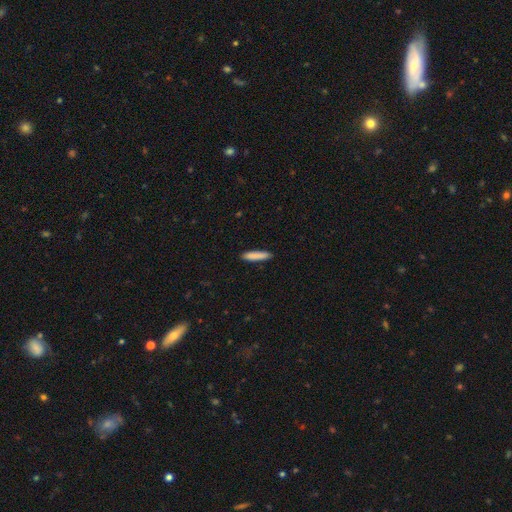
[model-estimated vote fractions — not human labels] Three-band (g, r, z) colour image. It shows a smooth galaxy with no disk features (87%) that is cigar-shaped (87%). Merging: none (90%).